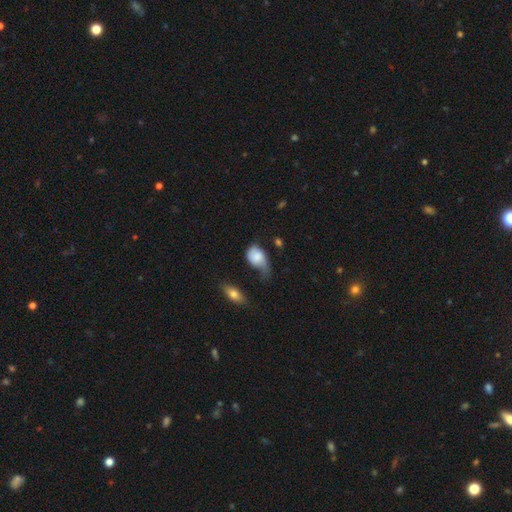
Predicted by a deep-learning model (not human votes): Overall: smooth (68%). How rounded: in between (77%). Merging: major disturbance (38%; minor disturbance 35%).